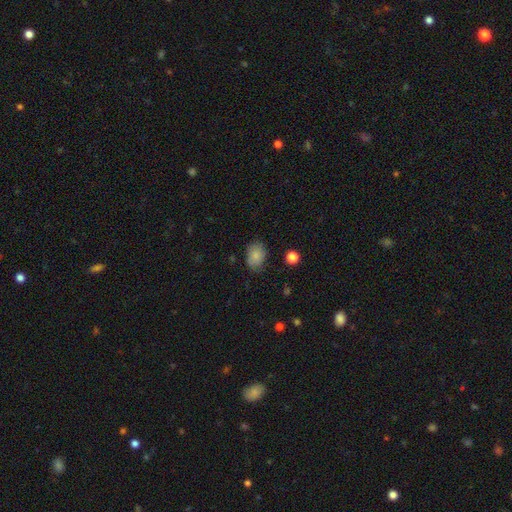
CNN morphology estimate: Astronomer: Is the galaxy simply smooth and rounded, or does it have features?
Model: smooth — 83%.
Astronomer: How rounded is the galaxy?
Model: in between — 71%.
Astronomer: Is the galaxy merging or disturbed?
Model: none — 72%.